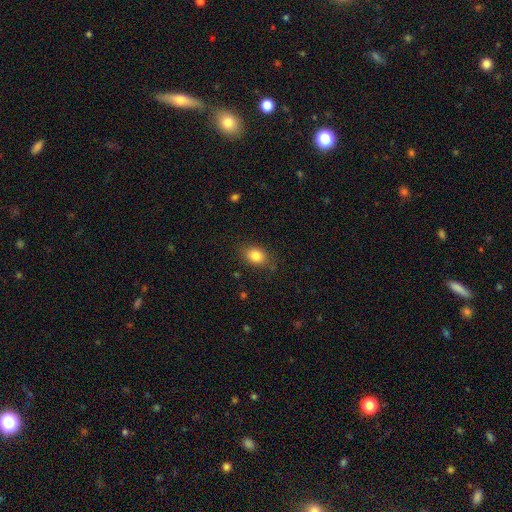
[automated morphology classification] smooth-or-featured: smooth: 83% | star or artifact: 9% | featured or disk: 8%
  how-rounded: in between: 70% | round: 29% | cigar-shaped: 1%
  merging: none: 81% | minor disturbance: 14% | major disturbance: 4% | merger: 1%